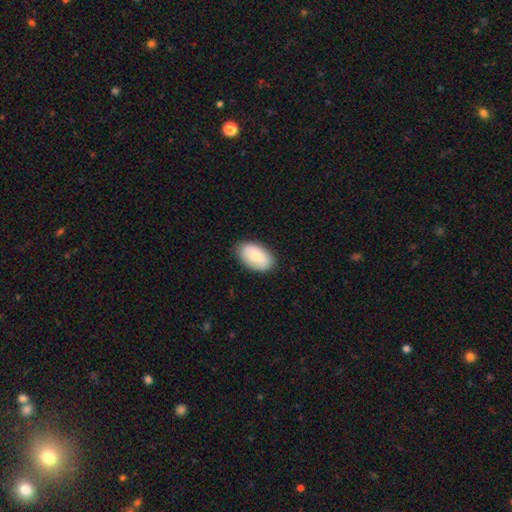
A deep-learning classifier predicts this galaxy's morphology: This is likely a smooth galaxy (78%). How rounded: clearly in between (93%). Merging: clearly none (83%).